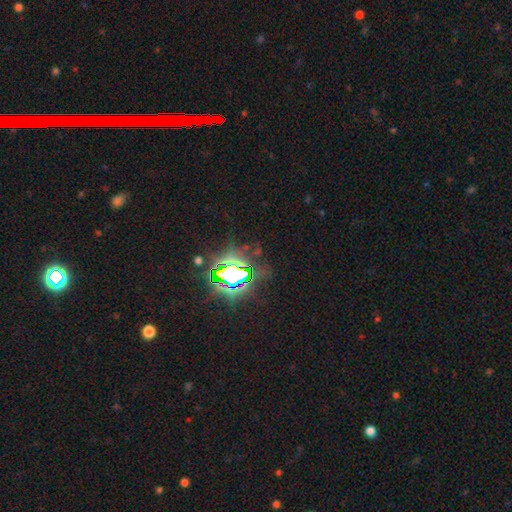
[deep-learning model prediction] Q: Smooth or featured?
A: star or artifact (84%); runner-up: smooth (9%)